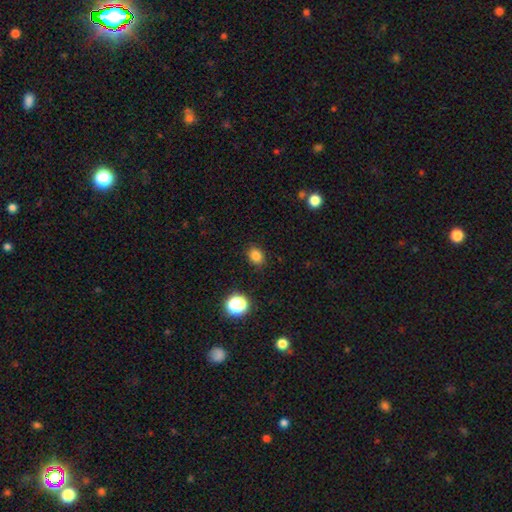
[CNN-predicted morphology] smooth-or-featured: smooth: 81% | star or artifact: 14% | featured or disk: 5%
  how-rounded: in between: 53% | round: 46% | cigar-shaped: 1%
  merging: none: 87% | minor disturbance: 9% | major disturbance: 3% | merger: 1%